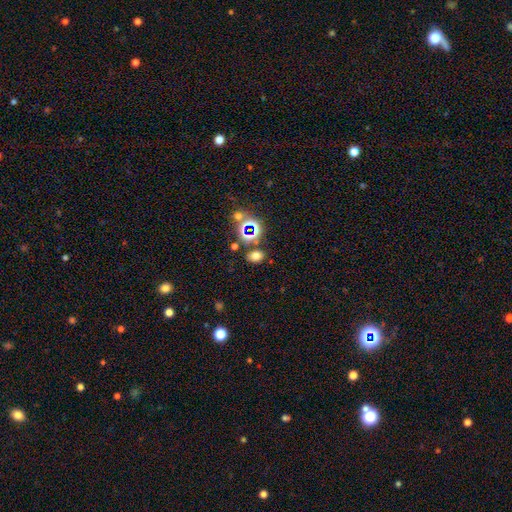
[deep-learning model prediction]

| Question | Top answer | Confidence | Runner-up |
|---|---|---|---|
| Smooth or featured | smooth | 66% | star or artifact (25%) |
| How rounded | in between | 68% | round (31%) |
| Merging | none | 79% | minor disturbance (10%) |